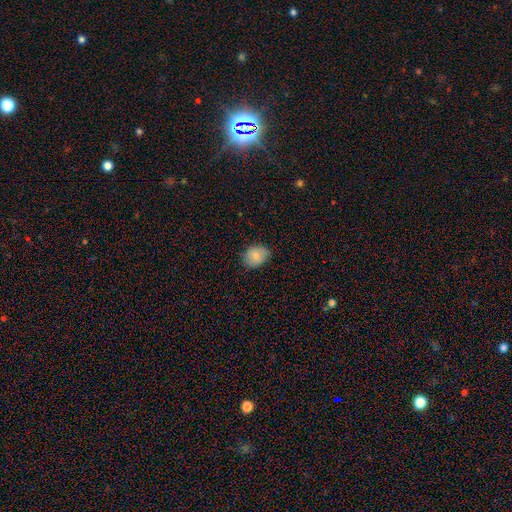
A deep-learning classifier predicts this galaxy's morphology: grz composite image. It shows a smooth galaxy with no disk features (83%) that is in between round and cigar-shaped (65%). Merging: none (76%).